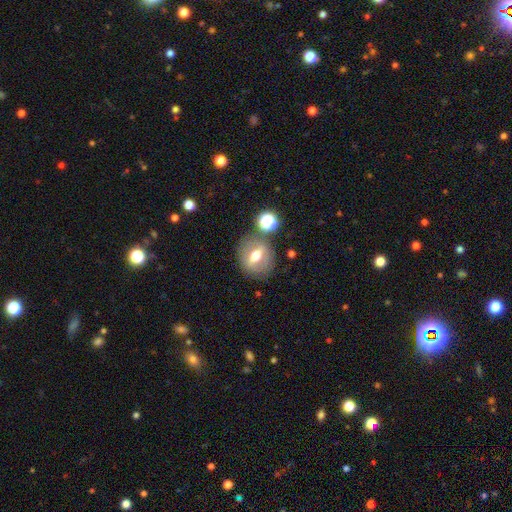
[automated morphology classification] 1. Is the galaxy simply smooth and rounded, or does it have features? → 51% featured or disk, 39% smooth, 11% star or artifact.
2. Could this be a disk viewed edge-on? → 76% no, 24% yes.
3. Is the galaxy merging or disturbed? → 73% none, 13% minor disturbance, 9% merger, 5% major disturbance.